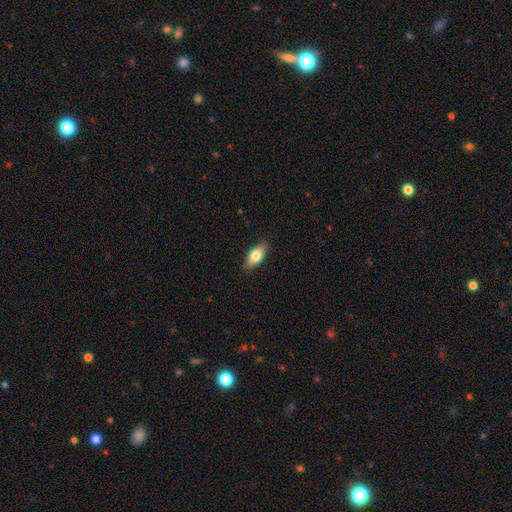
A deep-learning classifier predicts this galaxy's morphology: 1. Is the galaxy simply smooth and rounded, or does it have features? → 76% smooth, 17% featured or disk, 6% star or artifact.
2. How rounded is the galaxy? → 84% in between, 13% cigar-shaped, 3% round.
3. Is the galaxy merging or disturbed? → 88% none, 9% minor disturbance, 2% major disturbance, 1% merger.